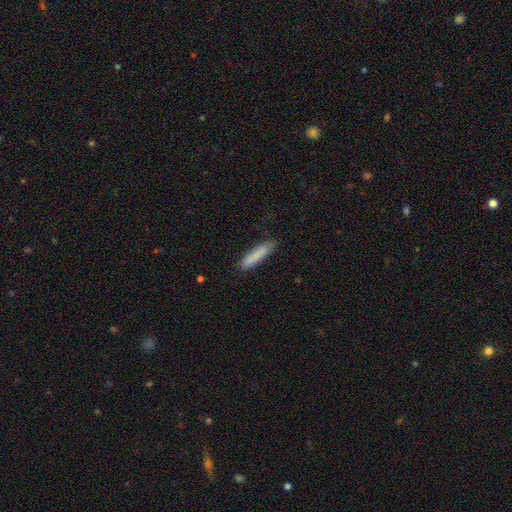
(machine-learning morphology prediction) smooth_or_featured: smooth (p=0.85) [alt: featured or disk p=0.09]
how_rounded: cigar-shaped (p=0.87) [alt: in between p=0.12]
merging: none (p=0.86) [alt: minor disturbance p=0.11]